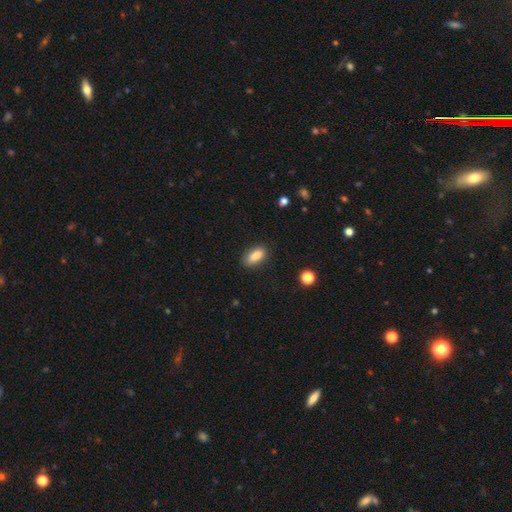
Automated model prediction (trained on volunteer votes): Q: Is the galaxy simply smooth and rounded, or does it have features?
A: smooth — 85%.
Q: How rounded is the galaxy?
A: in between — 85%.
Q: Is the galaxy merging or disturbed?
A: none — 84%.